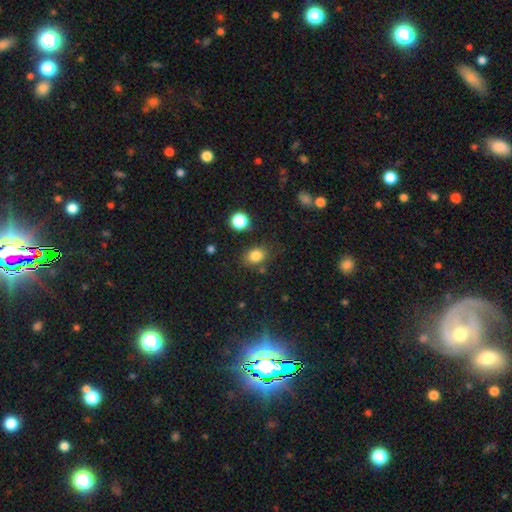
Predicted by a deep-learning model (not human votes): A smooth galaxy with no disk features (82%) that is in between round and cigar-shaped (59%).

Vote fractions:
- Smooth or featured? smooth: 82% / star or artifact: 11% / featured or disk: 6%
- How rounded? in between: 59% / round: 40% / cigar-shaped: 1%
- Merging? none: 76% / minor disturbance: 14% / merger: 5% / major disturbance: 4%